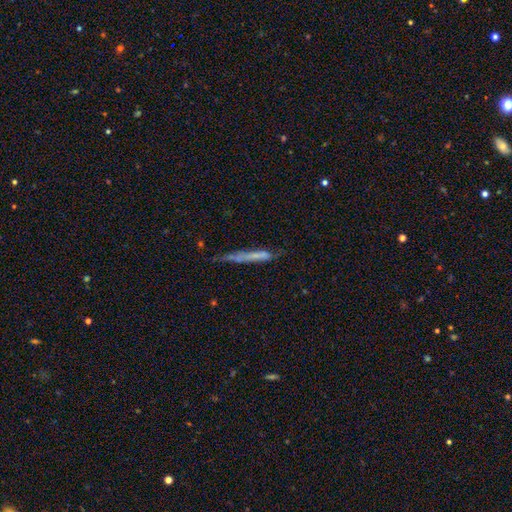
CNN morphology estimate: Overall: smooth (51%; featured or disk 40%). How rounded: cigar-shaped (93%). Merging: none (52%; minor disturbance 27%).